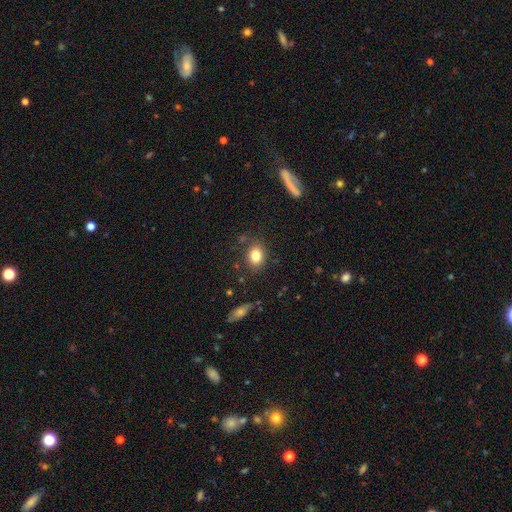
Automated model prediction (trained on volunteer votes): Q: Smooth or featured?
A: smooth (83%); runner-up: star or artifact (10%)
Q: How rounded?
A: in between (57%); runner-up: round (41%)
Q: Merging?
A: none (83%); runner-up: minor disturbance (11%)